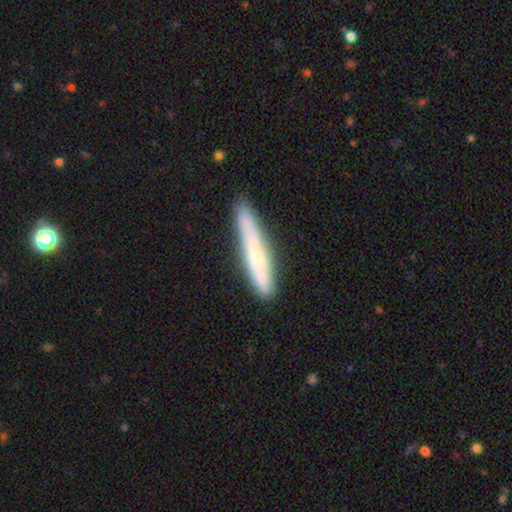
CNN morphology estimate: smooth-or-featured: smooth: 53% | featured or disk: 41% | star or artifact: 7%
  how-rounded: cigar-shaped: 91% | in between: 7% | round: 1%
  merging: none: 80% | minor disturbance: 15% | major disturbance: 3% | merger: 2%